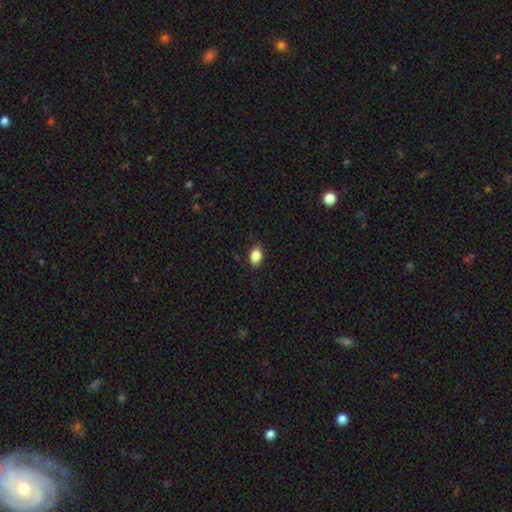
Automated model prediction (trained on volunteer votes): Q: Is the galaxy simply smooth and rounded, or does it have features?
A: smooth — 87%.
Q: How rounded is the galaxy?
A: in between — 84%.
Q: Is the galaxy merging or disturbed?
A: none — 87%.